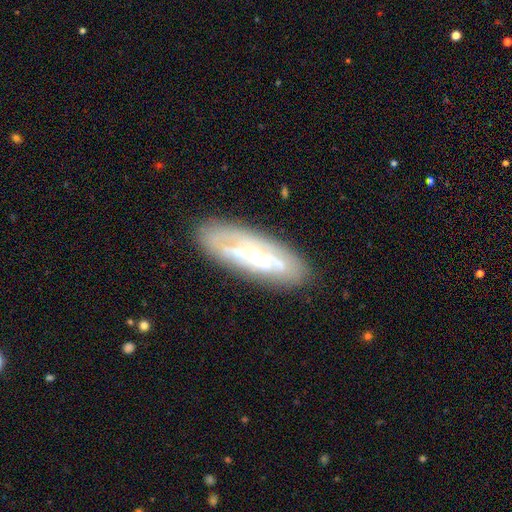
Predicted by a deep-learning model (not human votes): Morphology: type=featured or disk (64%); edge-on=no (78%); bar=no (72%); spiral arms=no (55%); bulge=small (59%); merging=none (73%).